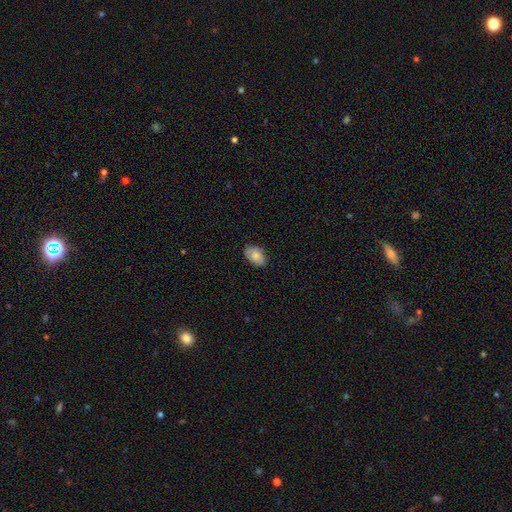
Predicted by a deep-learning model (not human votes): A smooth galaxy with no disk features (82%) that is in between round and cigar-shaped (87%). Merging: none (83%).